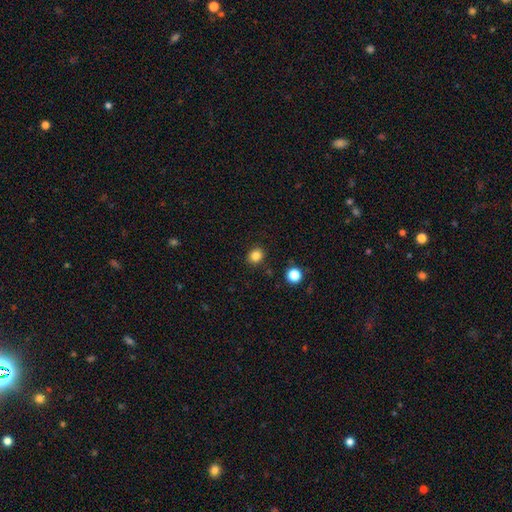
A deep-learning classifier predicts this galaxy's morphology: This appears to be a smooth galaxy with no disk features (83%) that is round (77%). Merging: none (89%).